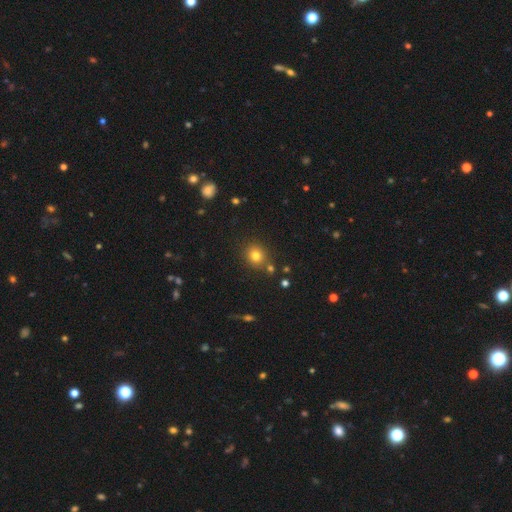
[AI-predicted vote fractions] This is likely a smooth galaxy (79%). How rounded: clearly round (80%). Merging: clearly none (81%).